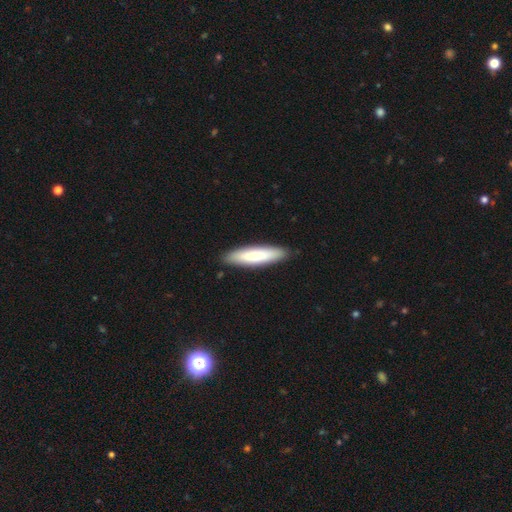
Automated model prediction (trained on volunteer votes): Morphology: type=smooth (80%); roundness=cigar-shaped (80%); merging=none (89%).